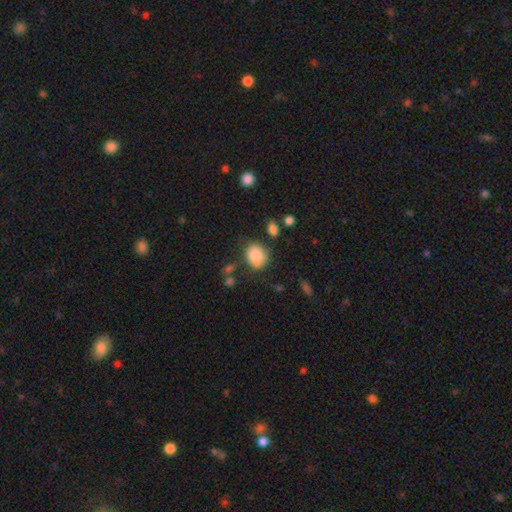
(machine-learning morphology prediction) smooth_or_featured: smooth (p=0.86) [alt: star or artifact p=0.08]
how_rounded: round (p=0.65) [alt: in between p=0.34]
merging: none (p=0.68) [alt: minor disturbance p=0.19]